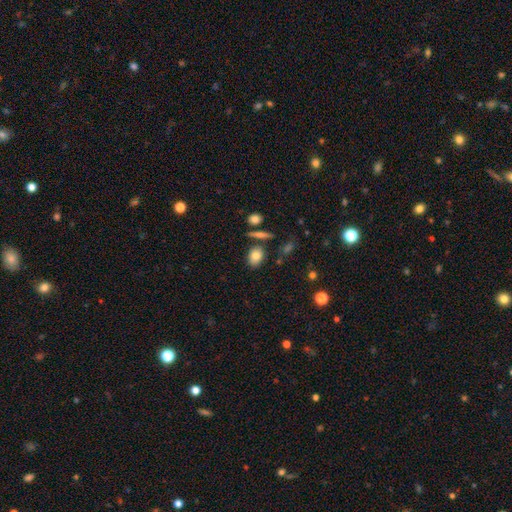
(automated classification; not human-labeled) A smooth galaxy with no disk features (80%) that is in between round and cigar-shaped (68%).

Vote fractions:
- Smooth or featured? smooth: 80% / featured or disk: 11% / star or artifact: 9%
- How rounded? in between: 68% / round: 30% / cigar-shaped: 2%
- Merging? none: 73% / minor disturbance: 14% / merger: 8% / major disturbance: 4%